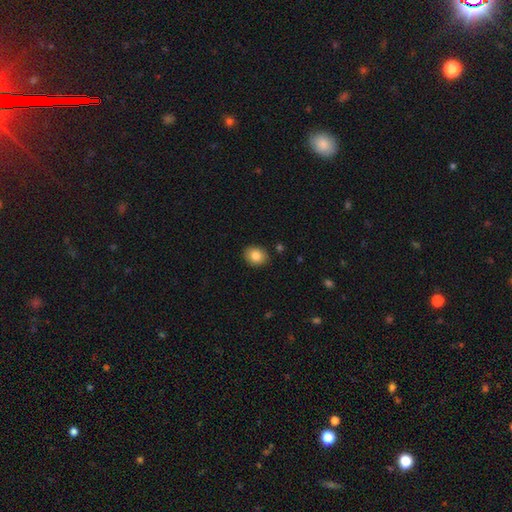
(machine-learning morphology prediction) A smooth galaxy with no disk features (84%) that is round (57%).

Vote fractions:
- Smooth or featured? smooth: 84% / star or artifact: 9% / featured or disk: 8%
- How rounded? round: 57% / in between: 43% / cigar-shaped: 1%
- Merging? none: 89% / minor disturbance: 7% / major disturbance: 2% / merger: 1%